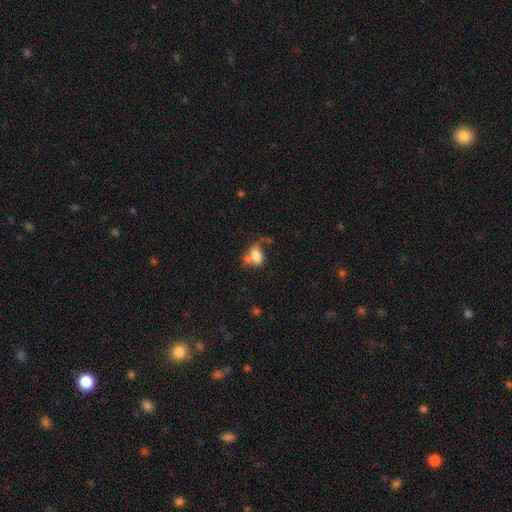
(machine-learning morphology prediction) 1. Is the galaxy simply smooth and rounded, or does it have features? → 76% smooth, 14% featured or disk, 10% star or artifact.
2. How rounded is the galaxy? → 81% in between, 18% round, 2% cigar-shaped.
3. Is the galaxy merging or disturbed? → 36% none, 32% merger, 21% minor disturbance, 12% major disturbance.